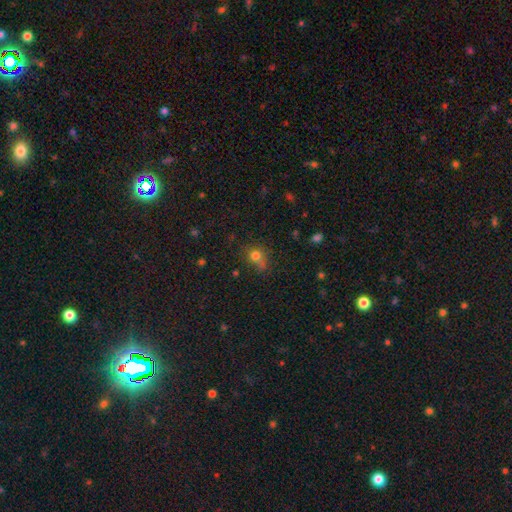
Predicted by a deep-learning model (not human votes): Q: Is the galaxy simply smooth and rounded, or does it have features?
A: smooth — 72%.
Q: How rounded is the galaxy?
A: round — 63%.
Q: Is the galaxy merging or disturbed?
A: none — 54%.